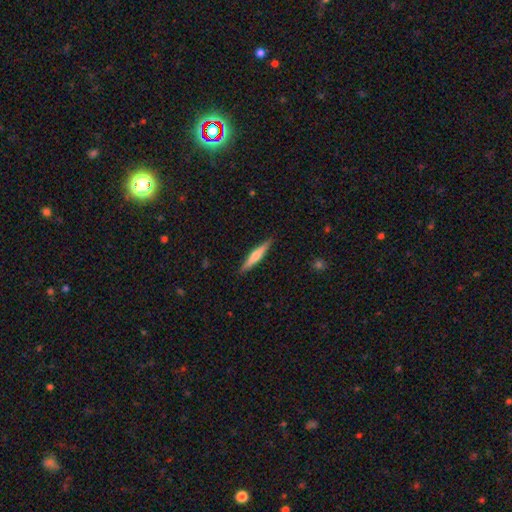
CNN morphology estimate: Overall: smooth (53%; featured or disk 42%). How rounded: cigar-shaped (92%). Merging: none (90%).